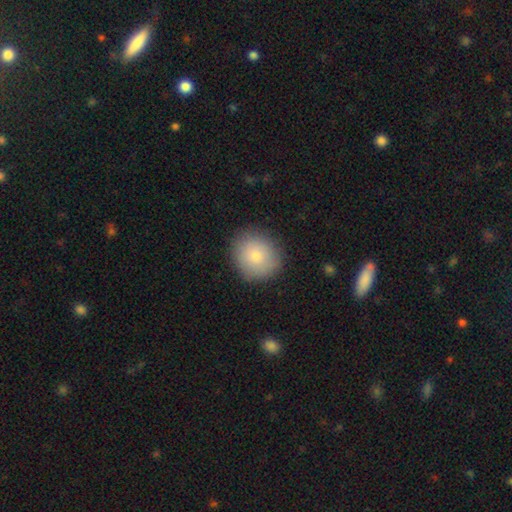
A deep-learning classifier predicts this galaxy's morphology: Overall: smooth (81%). How rounded: round (84%). Merging: none (86%).